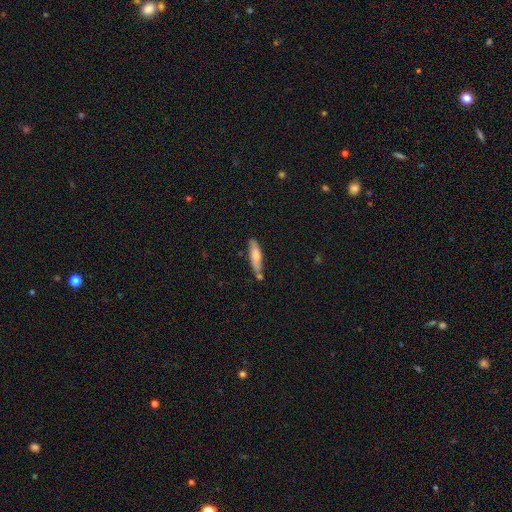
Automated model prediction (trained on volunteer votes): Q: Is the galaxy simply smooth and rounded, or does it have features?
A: smooth — 68%.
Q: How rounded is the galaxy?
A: cigar-shaped — 71%.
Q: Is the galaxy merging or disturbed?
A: none — 66%.